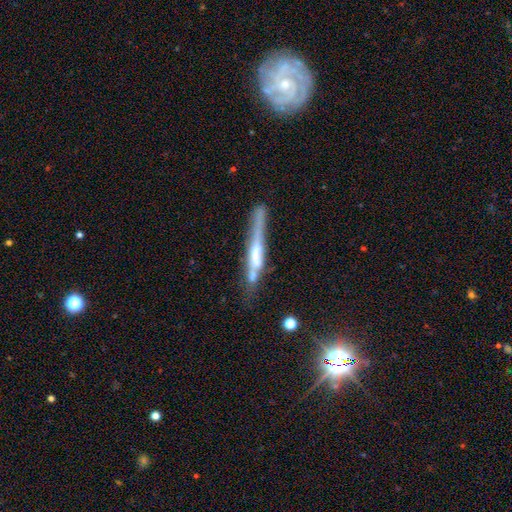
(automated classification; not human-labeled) This appears to be a featured or disk galaxy (60%) viewed edge-on (88%) with no central bulge (40%). Merging: none (52%).